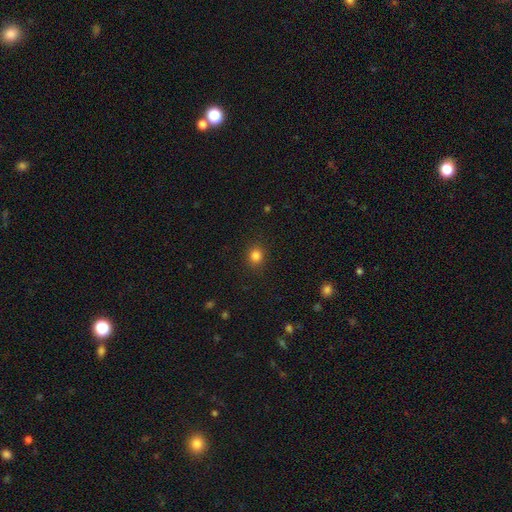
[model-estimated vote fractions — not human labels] smooth 84%, star or artifact 12%, featured or disk 4%. Down the decision tree: how rounded — round (81%); merging — none (90%).